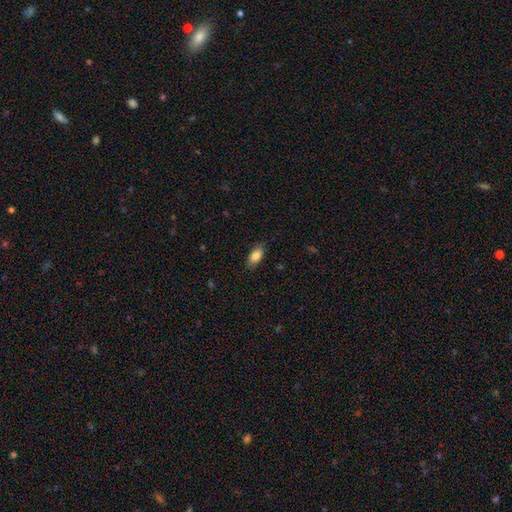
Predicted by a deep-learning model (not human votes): Smooth or featured? Predicted: smooth (p=0.84). How rounded? Predicted: in between (p=0.89). Merging? Predicted: none (p=0.85).